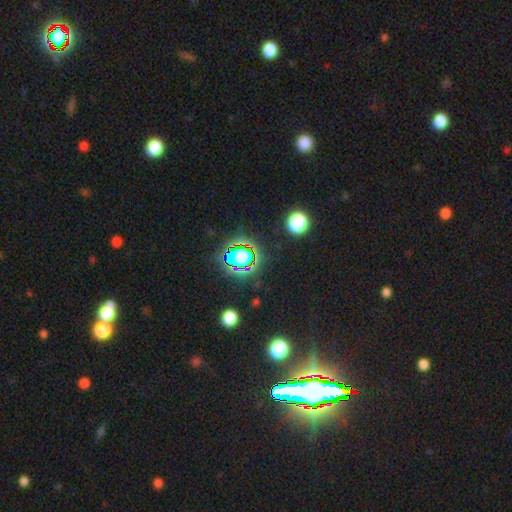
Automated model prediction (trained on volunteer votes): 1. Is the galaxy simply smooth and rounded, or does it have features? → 82% star or artifact, 10% smooth, 8% featured or disk.